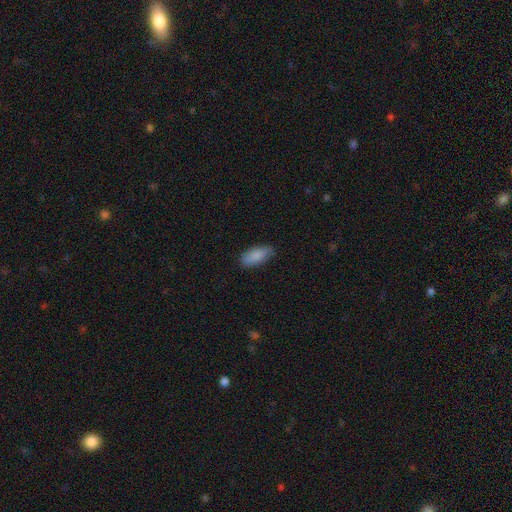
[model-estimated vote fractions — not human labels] The model was most divided on "merging": none: 81%, minor disturbance: 15%, major disturbance: 3%, merger: 1%. More confident: smooth or featured — smooth (86%); how rounded — in between (85%).